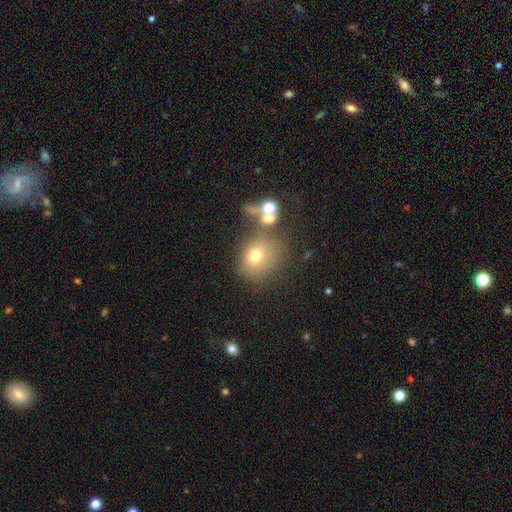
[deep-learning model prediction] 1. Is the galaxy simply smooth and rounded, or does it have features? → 67% smooth, 17% star or artifact, 15% featured or disk.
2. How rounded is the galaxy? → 73% round, 25% in between, 1% cigar-shaped.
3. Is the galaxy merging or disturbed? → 53% none, 20% merger, 15% minor disturbance, 11% major disturbance.